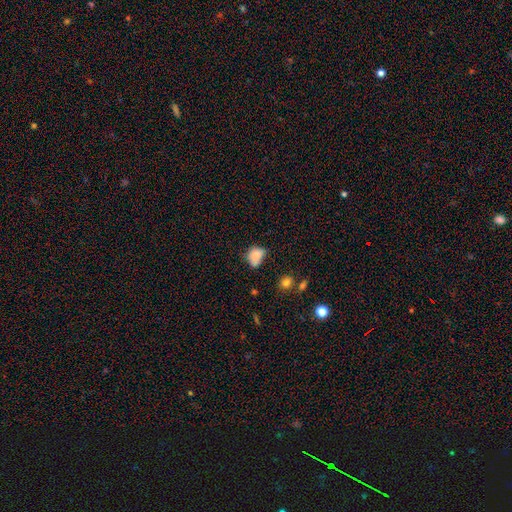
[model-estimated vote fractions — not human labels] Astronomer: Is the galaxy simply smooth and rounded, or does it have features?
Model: smooth — 80%.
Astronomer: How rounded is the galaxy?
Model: in between — 60% (runner-up: round, 39%).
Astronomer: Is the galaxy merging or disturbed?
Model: none — 39% (runner-up: minor disturbance, 35%).